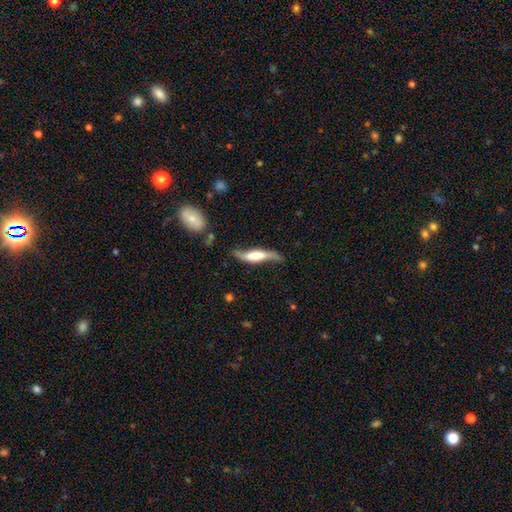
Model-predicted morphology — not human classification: Smooth or featured: featured or disk — 68% (smooth — 26%)
Edge-on disk: no — 56% (yes — 44%)
Merging: none — 56% (minor disturbance — 27%)